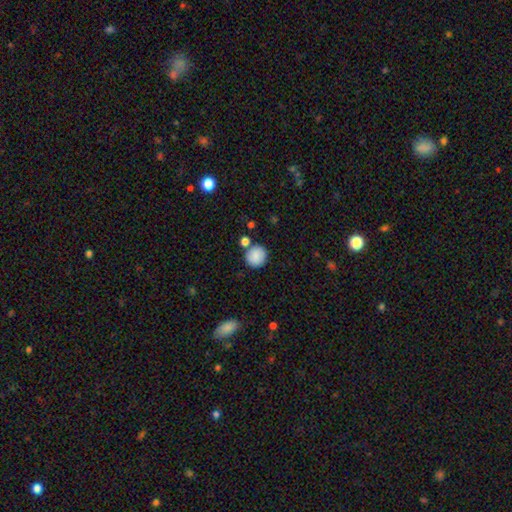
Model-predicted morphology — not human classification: Overall: smooth (87%). How rounded: round (90%). Merging: none (76%).